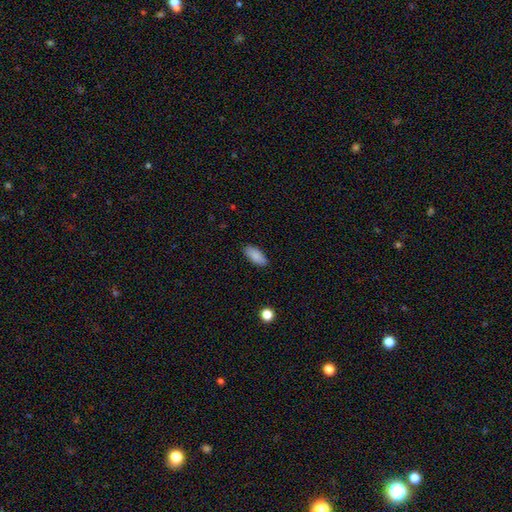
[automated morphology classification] A smooth galaxy with no disk features (87%) that is in between round and cigar-shaped (82%). Merging: none (87%).